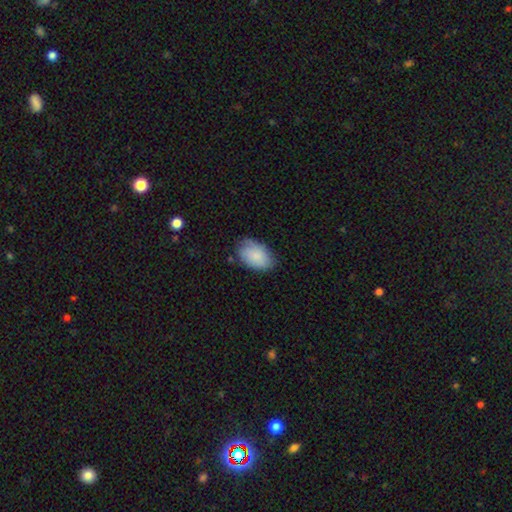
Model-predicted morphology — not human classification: Overall: smooth (84%). How rounded: in between (90%). Merging: none (71%).